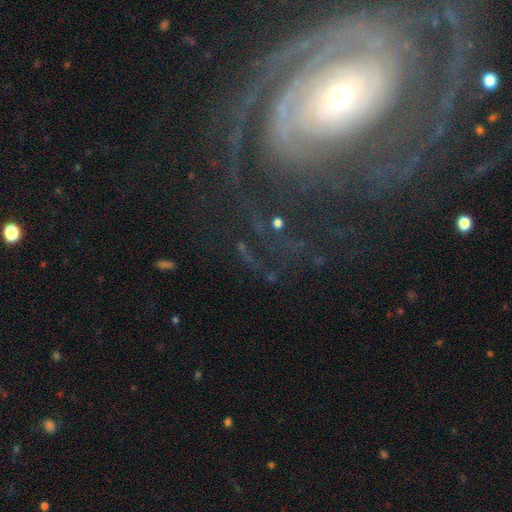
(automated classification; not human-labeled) Q: Smooth or featured?
A: featured or disk (85%); runner-up: star or artifact (9%)
Q: Edge-on disk?
A: no (96%); runner-up: yes (4%)
Q: Bar?
A: no (66%); runner-up: weak (20%)
Q: Spiral arms?
A: yes (94%); runner-up: no (6%)
Q: Spiral winding?
A: tight (71%); runner-up: medium (21%)
Q: Spiral arm count?
A: can't tell (30%); runner-up: 2 (23%)
Q: Bulge size?
A: small (57%); runner-up: moderate (35%)
Q: Merging?
A: none (67%); runner-up: major disturbance (17%)